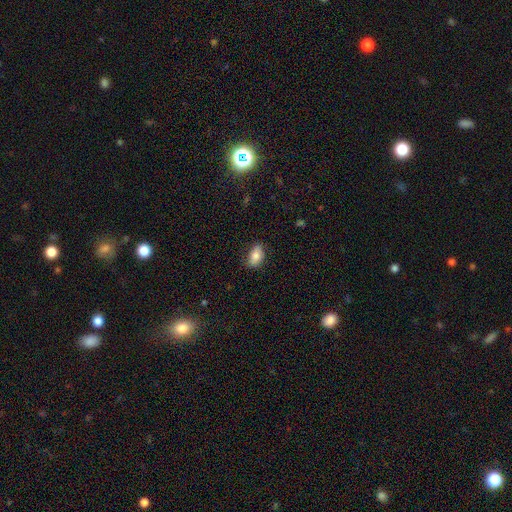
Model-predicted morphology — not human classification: smooth 79%, featured or disk 14%, star or artifact 8%. Down the decision tree: how rounded — in between (90%); merging — none (77%).